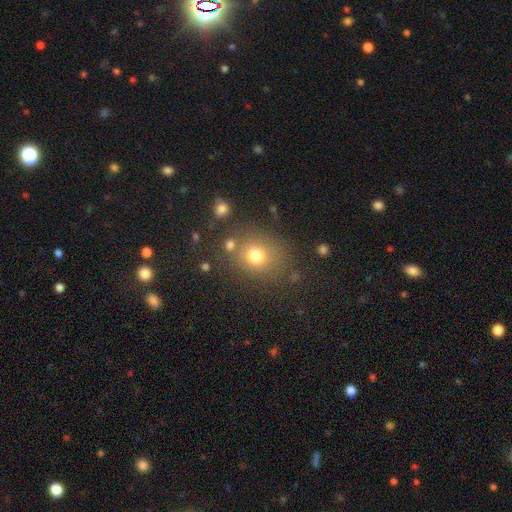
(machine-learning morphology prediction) Smooth or featured: smooth — 74% (star or artifact — 16%)
How rounded: round — 70% (in between — 29%)
Merging: none — 73% (minor disturbance — 13%)